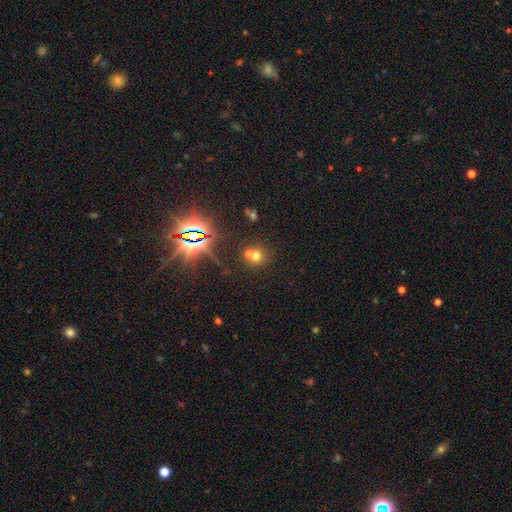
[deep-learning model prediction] Morphology: type=smooth (56%); roundness=round (85%); merging=none (47%).